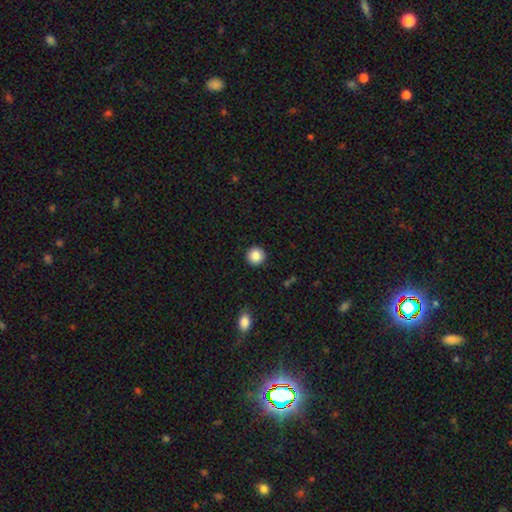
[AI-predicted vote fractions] smooth-or-featured: smooth: 86% | star or artifact: 9% | featured or disk: 5%
  how-rounded: round: 95% | in between: 4% | cigar-shaped: 1%
  merging: none: 92% | minor disturbance: 5% | major disturbance: 2% | merger: 1%